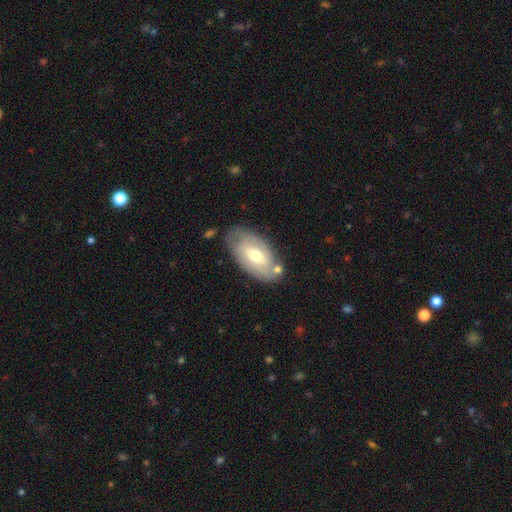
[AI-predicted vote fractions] featured or disk 53%, smooth 41%, star or artifact 6%. Down the decision tree: edge-on disk — no (90%); merging — none (68%).